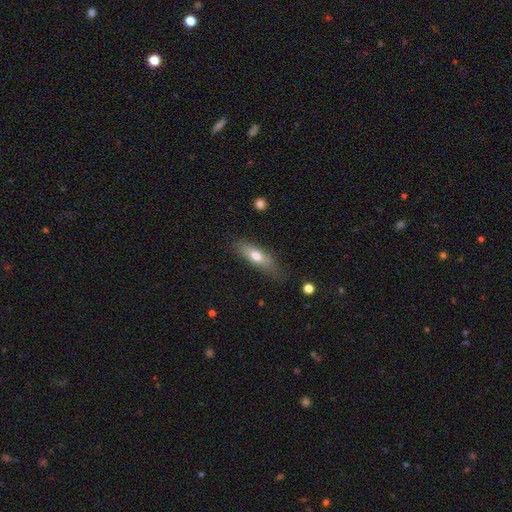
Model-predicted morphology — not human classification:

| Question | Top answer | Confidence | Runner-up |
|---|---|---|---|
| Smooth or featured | smooth | 67% | featured or disk (27%) |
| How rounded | in between | 51% | cigar-shaped (46%) |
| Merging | none | 72% | minor disturbance (21%) |